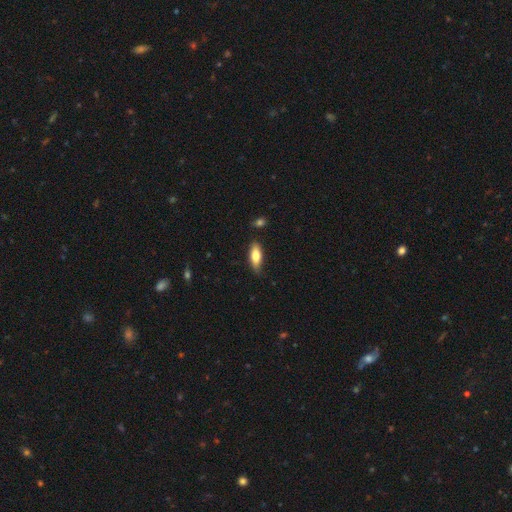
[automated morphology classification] type=smooth (76%); roundness=in between (72%); merging=none (75%).